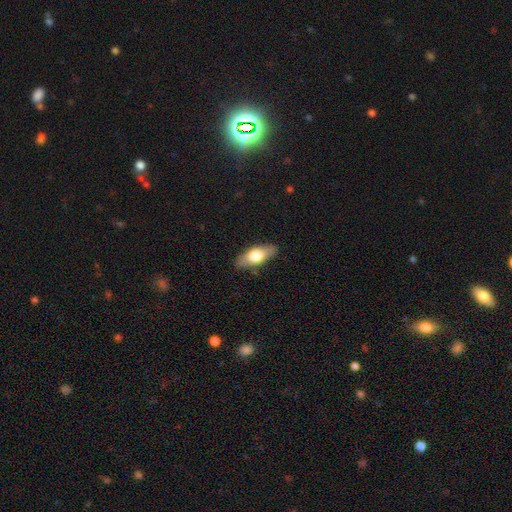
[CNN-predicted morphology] type=smooth (65%); roundness=in between (78%); merging=none (85%).